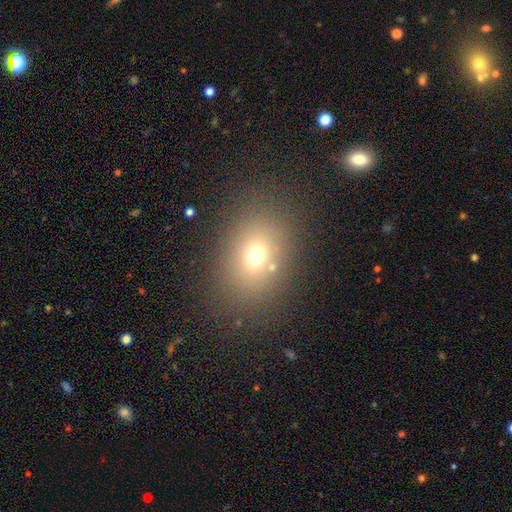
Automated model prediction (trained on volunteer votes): This appears to be a smooth galaxy with no disk features (67%) that is in between round and cigar-shaped (59%). Merging: none (81%).